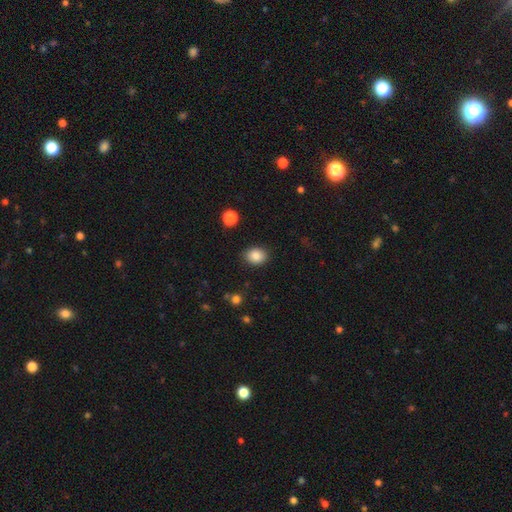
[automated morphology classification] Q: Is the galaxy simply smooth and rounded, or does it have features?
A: smooth — 85%.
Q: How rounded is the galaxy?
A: in between — 56%.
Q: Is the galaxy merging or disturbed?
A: none — 86%.